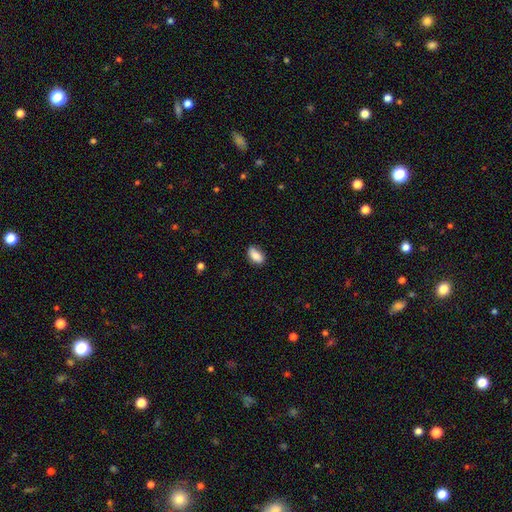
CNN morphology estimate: A smooth galaxy with no disk features (85%) that is in between round and cigar-shaped (91%).

Vote fractions:
- Smooth or featured? smooth: 85% / featured or disk: 8% / star or artifact: 7%
- How rounded? in between: 91% / round: 5% / cigar-shaped: 4%
- Merging? none: 79% / minor disturbance: 17% / major disturbance: 3% / merger: 1%